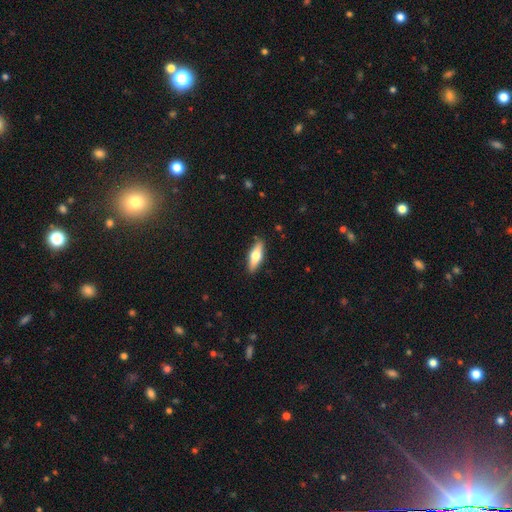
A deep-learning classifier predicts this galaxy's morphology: smooth_or_featured: smooth (p=0.58) [alt: featured or disk p=0.36]
how_rounded: in between (p=0.53) [alt: cigar-shaped p=0.44]
merging: none (p=0.88) [alt: minor disturbance p=0.09]